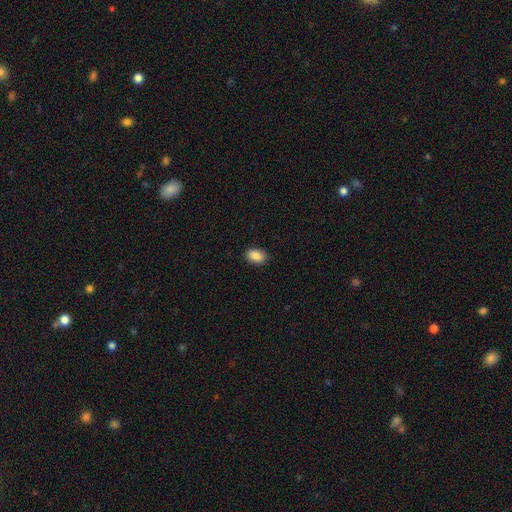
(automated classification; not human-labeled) This appears to be a smooth galaxy with no disk features (88%) that is in between round and cigar-shaped (87%). Merging: none (89%).